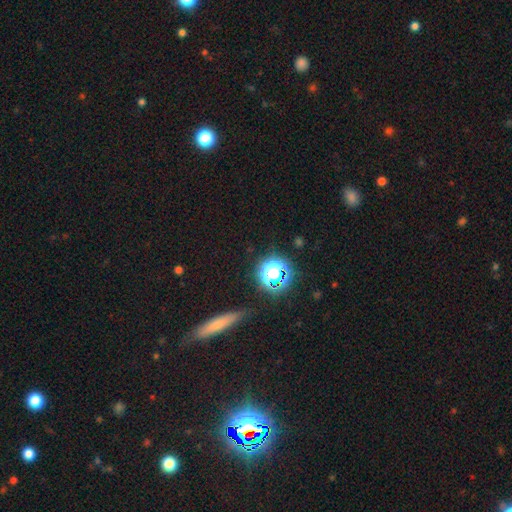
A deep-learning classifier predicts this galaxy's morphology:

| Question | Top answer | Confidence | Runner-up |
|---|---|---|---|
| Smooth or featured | star or artifact | 53% | smooth (30%) |